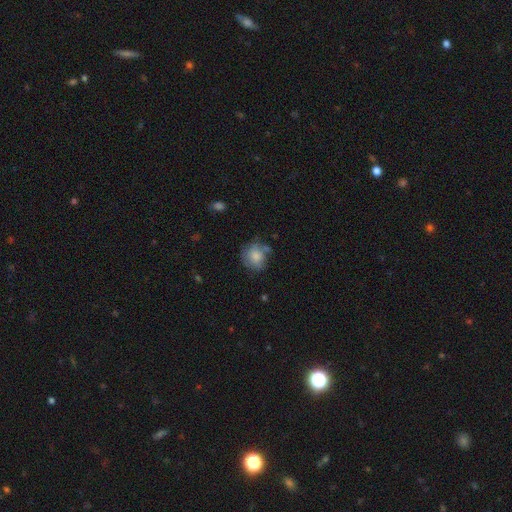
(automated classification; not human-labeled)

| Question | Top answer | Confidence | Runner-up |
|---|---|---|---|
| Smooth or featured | smooth | 66% | featured or disk (26%) |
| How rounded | round | 80% | in between (19%) |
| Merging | none | 56% | minor disturbance (26%) |